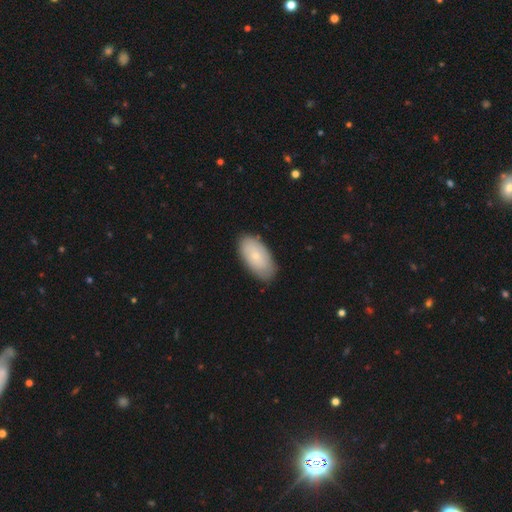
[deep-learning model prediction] smooth-or-featured: smooth: 72% | featured or disk: 22% | star or artifact: 6%
  how-rounded: in between: 95% | round: 3% | cigar-shaped: 3%
  merging: none: 84% | minor disturbance: 12% | major disturbance: 2% | merger: 1%